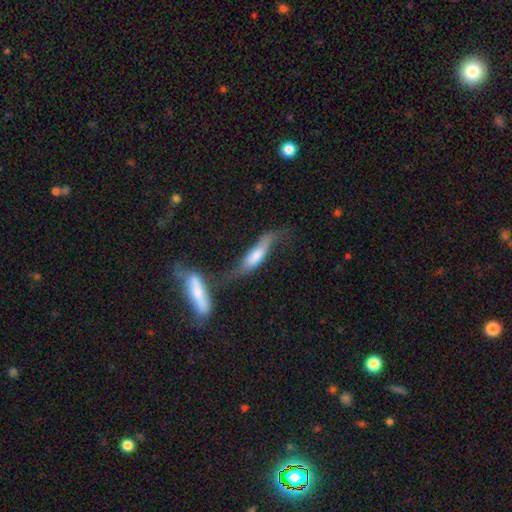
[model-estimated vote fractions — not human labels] The model was most divided on "smooth or featured": smooth: 52%, featured or disk: 40%, star or artifact: 8%. Remaining: how rounded — cigar-shaped (72%); merging — merger (44%).